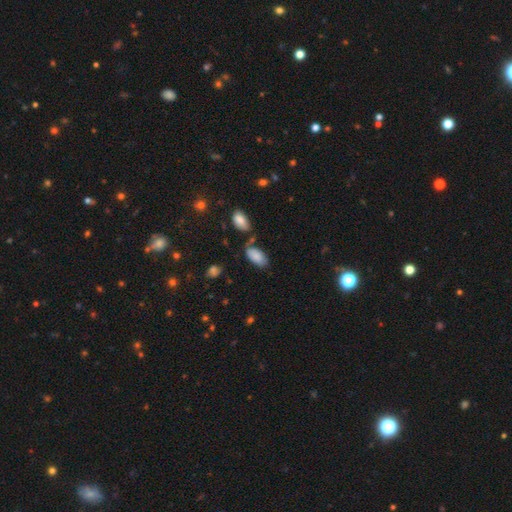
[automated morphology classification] type=smooth (84%); roundness=in between (94%); merging=none (65%).